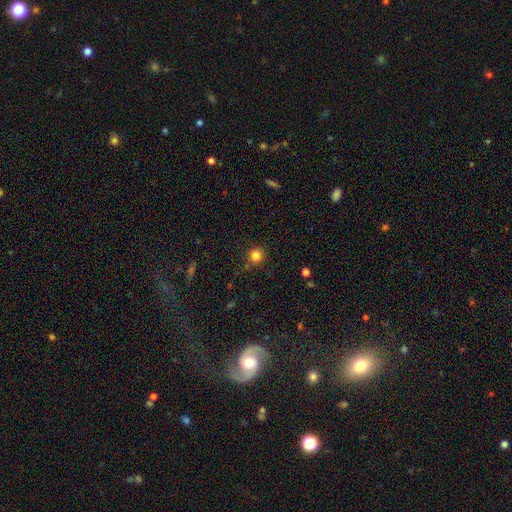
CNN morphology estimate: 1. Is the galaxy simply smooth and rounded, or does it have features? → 82% smooth, 13% star or artifact, 5% featured or disk.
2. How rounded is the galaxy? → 94% round, 5% in between, 1% cigar-shaped.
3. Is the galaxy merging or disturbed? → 86% none, 9% minor disturbance, 3% merger, 3% major disturbance.